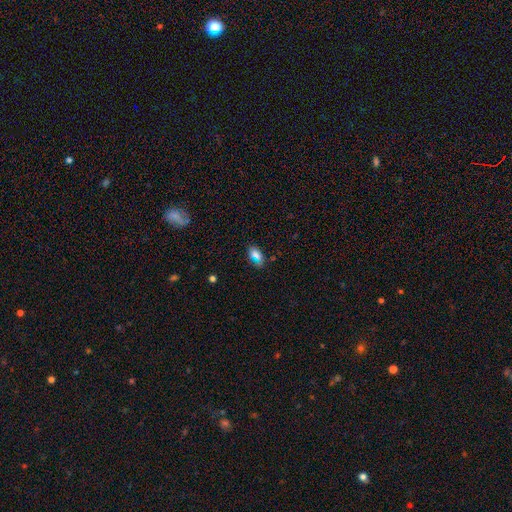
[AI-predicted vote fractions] smooth-or-featured: smooth: 67% | star or artifact: 21% | featured or disk: 12%
  how-rounded: in between: 84% | round: 10% | cigar-shaped: 6%
  merging: none: 65% | minor disturbance: 20% | major disturbance: 8% | merger: 7%